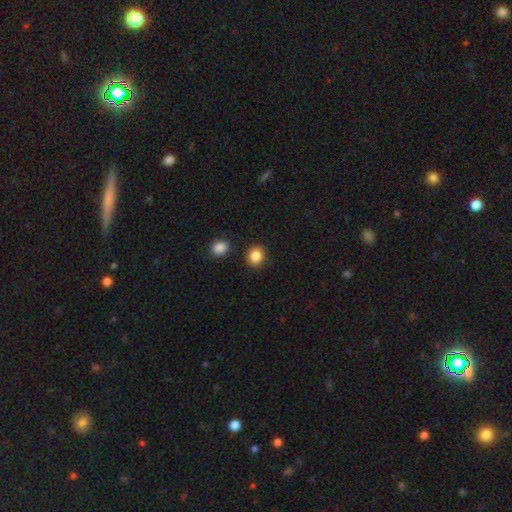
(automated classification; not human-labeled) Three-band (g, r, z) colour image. It shows a smooth galaxy with no disk features (86%) that is round (77%). Merging: none (88%).